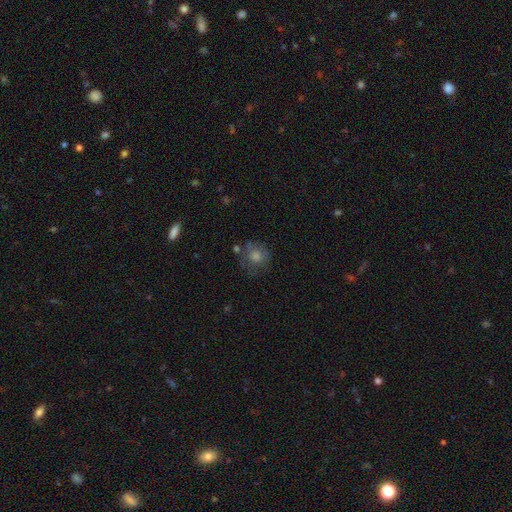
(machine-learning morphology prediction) smooth-or-featured: smooth: 54% | featured or disk: 27% | star or artifact: 19%
  how-rounded: round: 81% | in between: 17% | cigar-shaped: 1%
  merging: none: 68% | minor disturbance: 18% | major disturbance: 9% | merger: 6%